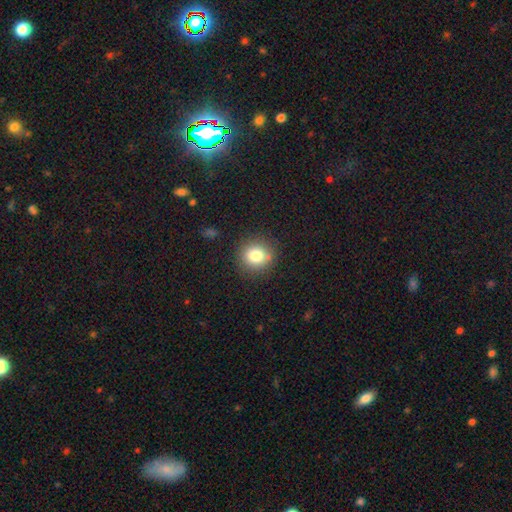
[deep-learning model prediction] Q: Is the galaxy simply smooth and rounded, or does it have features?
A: smooth — 80%.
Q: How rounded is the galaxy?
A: round — 90%.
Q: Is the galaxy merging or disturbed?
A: none — 86%.